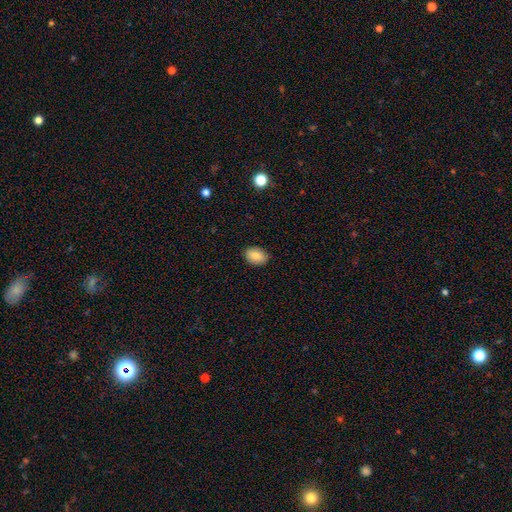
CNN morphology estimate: Smooth or featured?
  - smooth: 85% *
  - star or artifact: 8%
  - featured or disk: 7%
How rounded?
  - in between: 80% *
  - round: 19%
  - cigar-shaped: 1%
Merging?
  - none: 86% *
  - minor disturbance: 11%
  - major disturbance: 2%
  - merger: 1%